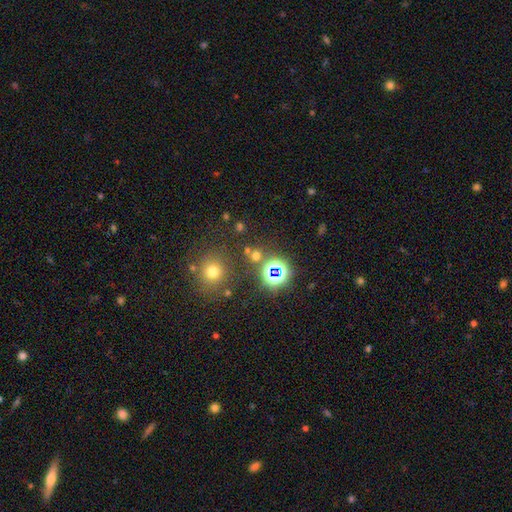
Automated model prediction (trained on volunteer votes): This is possibly a smooth galaxy (51%). How rounded: clearly round (87%). Merging: likely none (75%).